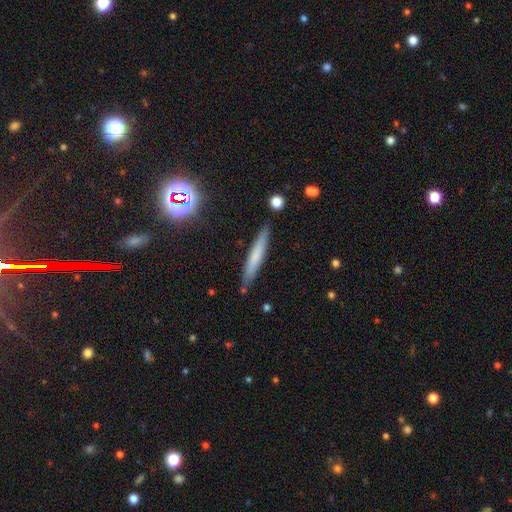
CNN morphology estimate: Smooth or featured?
  - smooth: 63% *
  - featured or disk: 29%
  - star or artifact: 9%
How rounded?
  - cigar-shaped: 94% *
  - in between: 4%
  - round: 1%
Merging?
  - none: 87% *
  - minor disturbance: 9%
  - merger: 2%
  - major disturbance: 2%